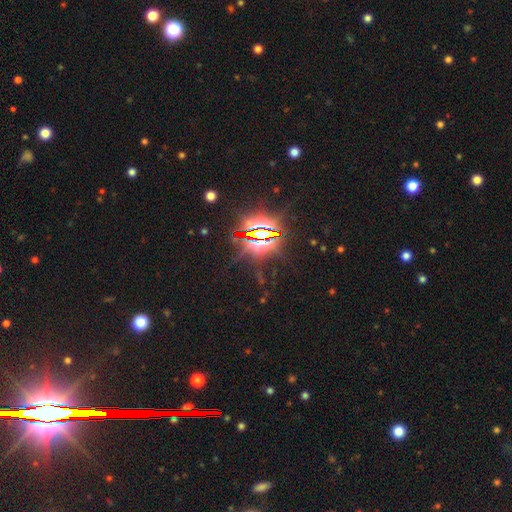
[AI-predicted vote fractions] Q: Smooth or featured?
A: star or artifact (86%); runner-up: smooth (7%)